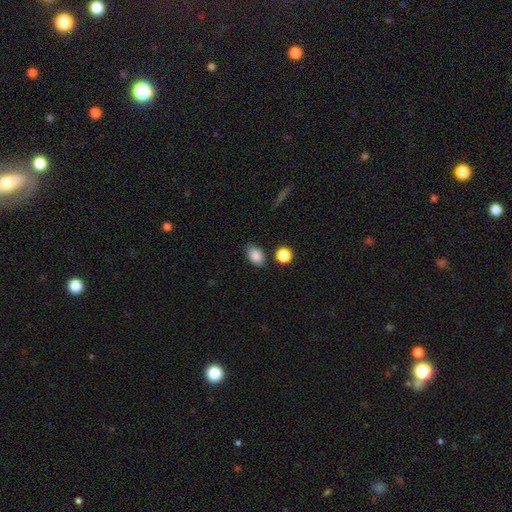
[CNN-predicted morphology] Overall: smooth (86%). How rounded: in between (86%). Merging: none (80%).